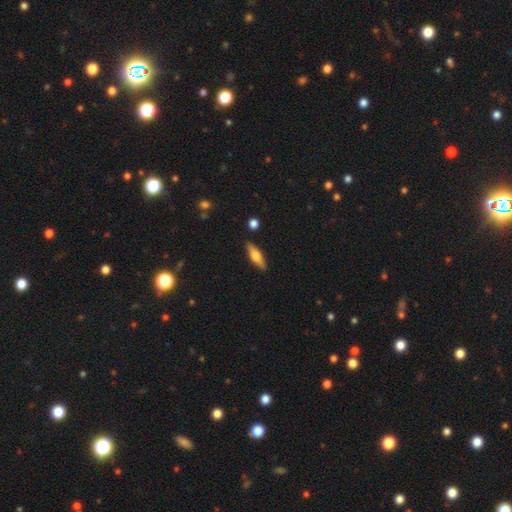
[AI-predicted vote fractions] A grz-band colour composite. It shows a smooth galaxy with no disk features (48%). Merging: none (88%).